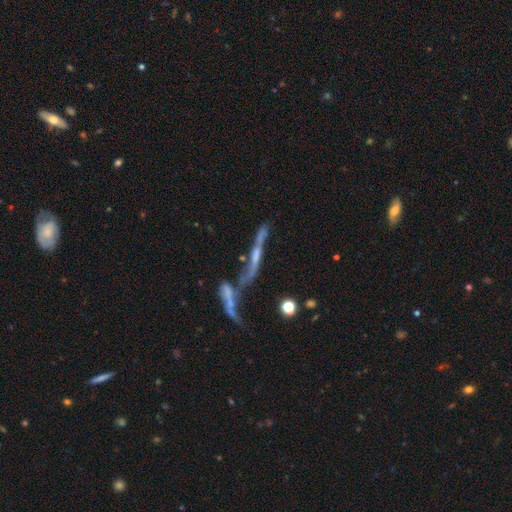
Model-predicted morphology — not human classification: type=featured or disk (69%); edge-on=yes (54%); merging=merger (49%).